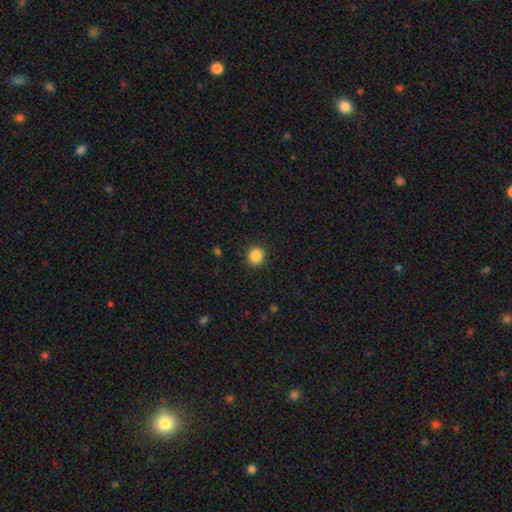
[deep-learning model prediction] This appears to be a smooth galaxy with no disk features (87%) that is round (83%). Merging: none (91%).